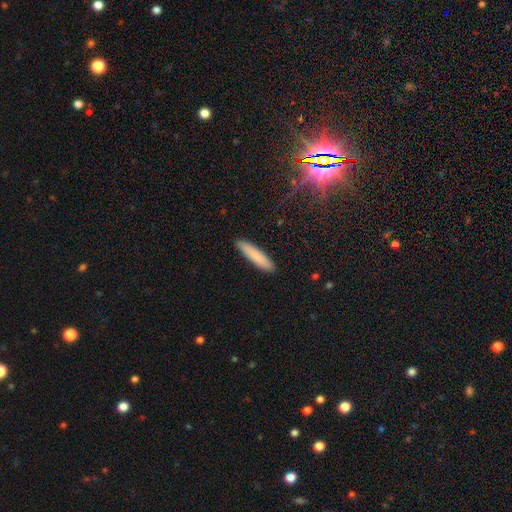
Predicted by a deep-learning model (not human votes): smooth-or-featured: smooth: 83% | featured or disk: 11% | star or artifact: 7%
  how-rounded: cigar-shaped: 86% | in between: 13% | round: 1%
  merging: none: 91% | minor disturbance: 6% | major disturbance: 1% | merger: 1%